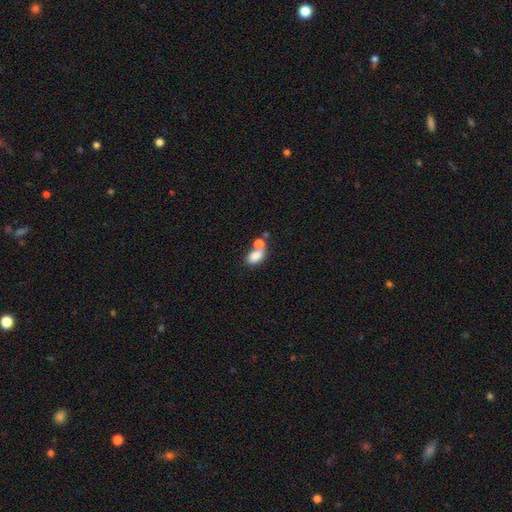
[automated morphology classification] The model was most divided on "merging": merger: 43%, none: 41%, minor disturbance: 11%, major disturbance: 5%. More confident: how rounded — in between (86%); smooth or featured — smooth (82%).